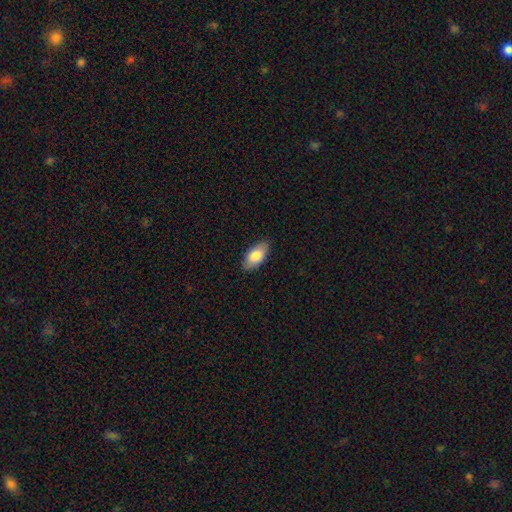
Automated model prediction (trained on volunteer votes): smooth_or_featured: smooth (p=0.82) [alt: featured or disk p=0.12]
how_rounded: in between (p=0.93) [alt: cigar-shaped p=0.04]
merging: none (p=0.84) [alt: minor disturbance p=0.13]